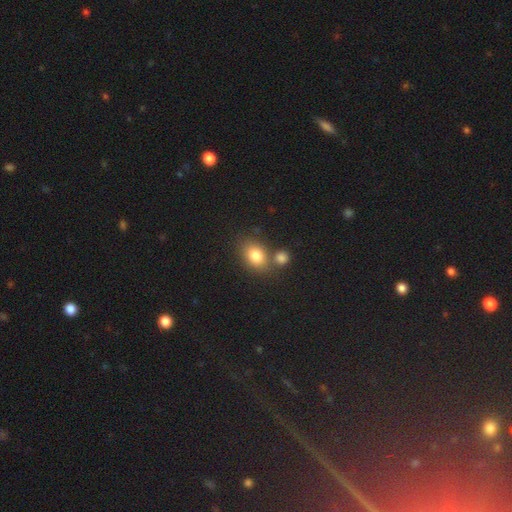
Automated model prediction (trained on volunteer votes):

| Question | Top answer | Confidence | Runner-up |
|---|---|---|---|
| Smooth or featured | smooth | 80% | star or artifact (10%) |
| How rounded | in between | 66% | round (33%) |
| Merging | none | 57% | merger (28%) |